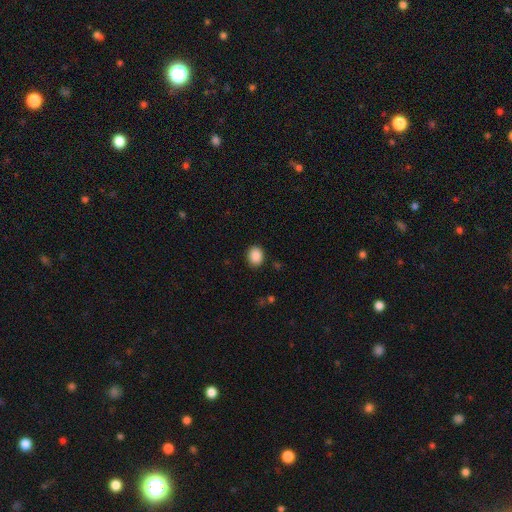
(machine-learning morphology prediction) smooth-or-featured: smooth: 89% | star or artifact: 8% | featured or disk: 3%
  how-rounded: round: 51% | in between: 49% | cigar-shaped: 1%
  merging: none: 88% | minor disturbance: 8% | major disturbance: 2% | merger: 1%